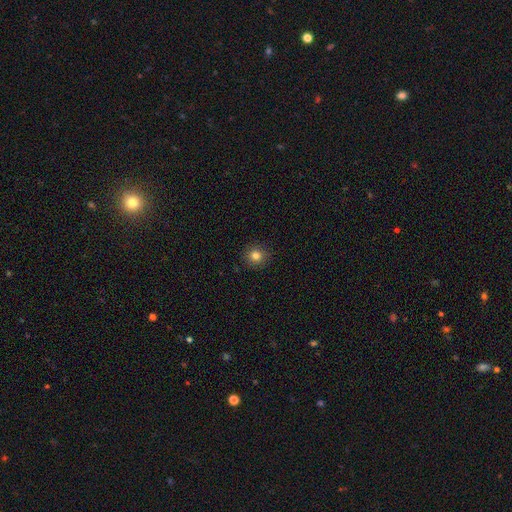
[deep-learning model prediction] A smooth galaxy with no disk features (81%) that is round (91%).

Vote fractions:
- Smooth or featured? smooth: 81% / star or artifact: 13% / featured or disk: 6%
- How rounded? round: 91% / in between: 8% / cigar-shaped: 1%
- Merging? none: 91% / minor disturbance: 6% / major disturbance: 2% / merger: 1%